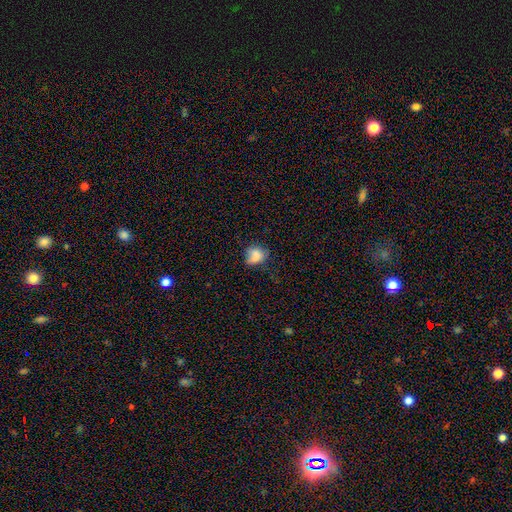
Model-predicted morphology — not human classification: smooth 78%, star or artifact 11%, featured or disk 11%. Down the decision tree: how rounded — round (60%); merging — none (53%).